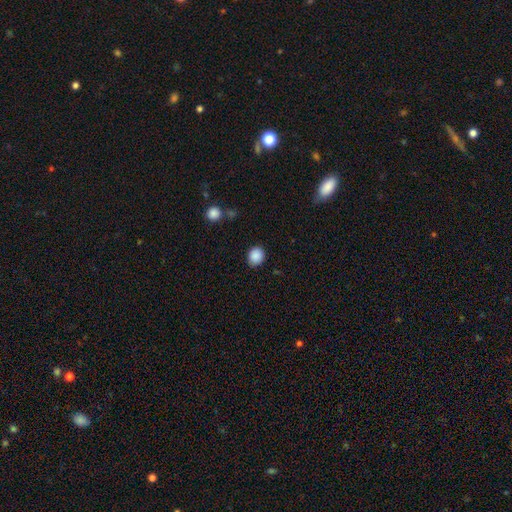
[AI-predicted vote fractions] A smooth galaxy with no disk features (89%) that is round (74%).

Vote fractions:
- Smooth or featured? smooth: 89% / star or artifact: 9% / featured or disk: 3%
- How rounded? round: 74% / in between: 25% / cigar-shaped: 1%
- Merging? none: 88% / minor disturbance: 8% / major disturbance: 2% / merger: 2%